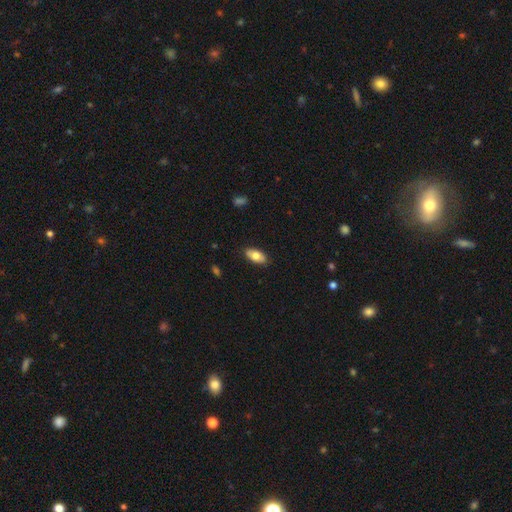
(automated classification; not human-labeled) A smooth galaxy with no disk features (76%) that is in between round and cigar-shaped (91%). Merging: none (87%).